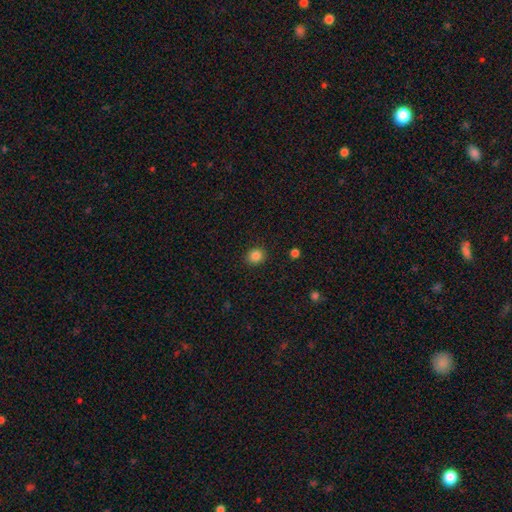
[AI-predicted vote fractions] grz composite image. It shows a smooth galaxy with no disk features (85%) that is round (76%). Merging: none (90%).